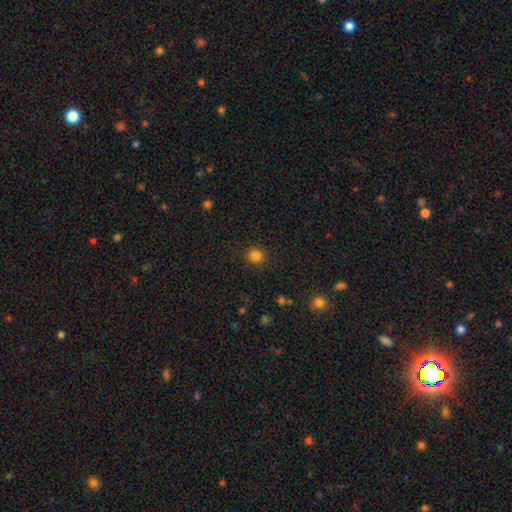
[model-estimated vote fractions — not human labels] Smooth or featured? smooth (83%)
How rounded? round (88%)
Merging? none (89%)